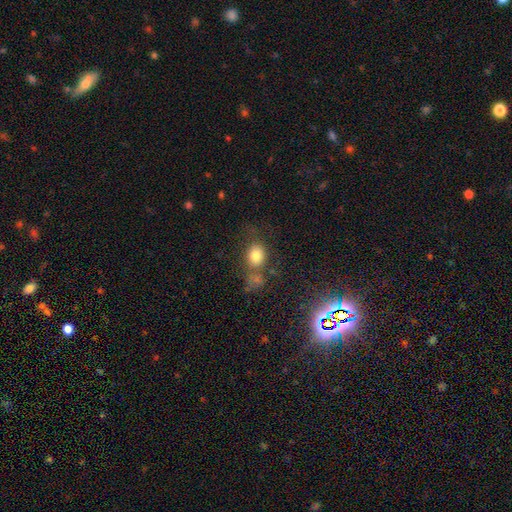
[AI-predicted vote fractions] A smooth galaxy with no disk features (79%) that is round (53%). Merging: none (56%).